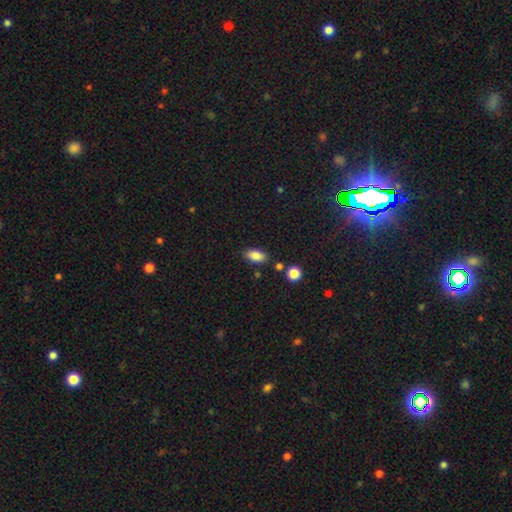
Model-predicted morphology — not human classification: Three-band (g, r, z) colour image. It shows a smooth galaxy with no disk features (85%) that is in between round and cigar-shaped (90%). Merging: none (82%).